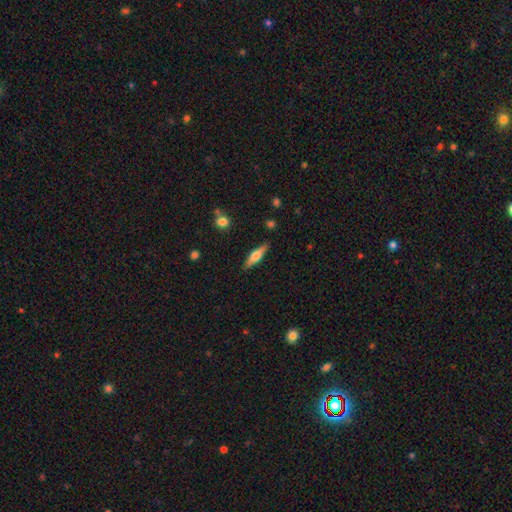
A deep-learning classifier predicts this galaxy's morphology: The model was most divided on "smooth or featured": smooth: 48%, featured or disk: 46%, star or artifact: 6%. More confident: merging — none (88%).